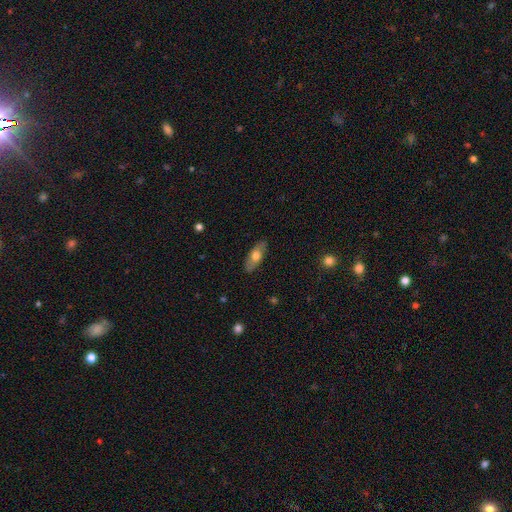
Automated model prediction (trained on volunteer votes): Overall: smooth (58%; featured or disk 36%). How rounded: in between (79%). Merging: none (86%).